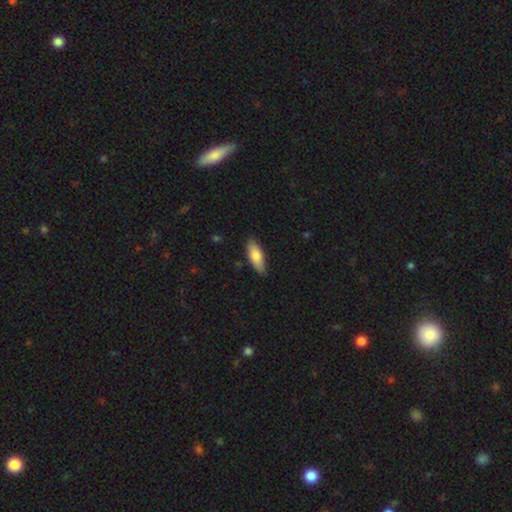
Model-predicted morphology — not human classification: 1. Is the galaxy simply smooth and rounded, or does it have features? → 76% smooth, 18% featured or disk, 6% star or artifact.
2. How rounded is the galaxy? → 69% in between, 29% cigar-shaped, 2% round.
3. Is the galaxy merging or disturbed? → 84% none, 13% minor disturbance, 2% major disturbance, 1% merger.